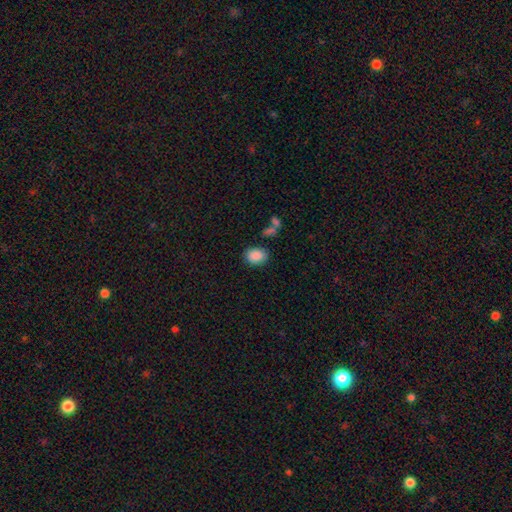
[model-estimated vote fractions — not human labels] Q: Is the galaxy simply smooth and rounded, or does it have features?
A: smooth — 88%.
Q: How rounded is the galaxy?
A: in between — 66%.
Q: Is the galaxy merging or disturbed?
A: none — 81%.